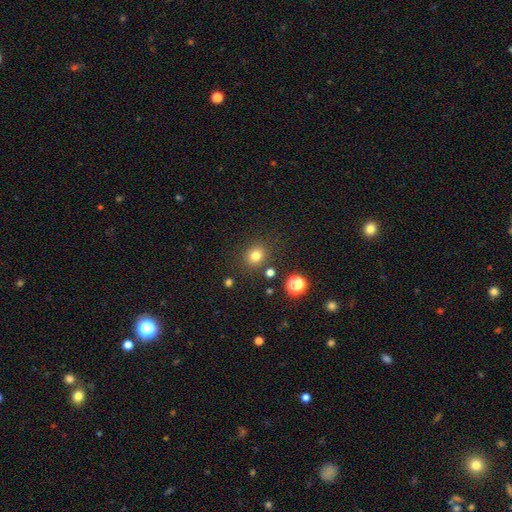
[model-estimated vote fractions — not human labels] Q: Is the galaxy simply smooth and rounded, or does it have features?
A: smooth — 78%.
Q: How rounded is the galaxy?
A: round — 77%.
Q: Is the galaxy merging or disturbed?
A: none — 84%.